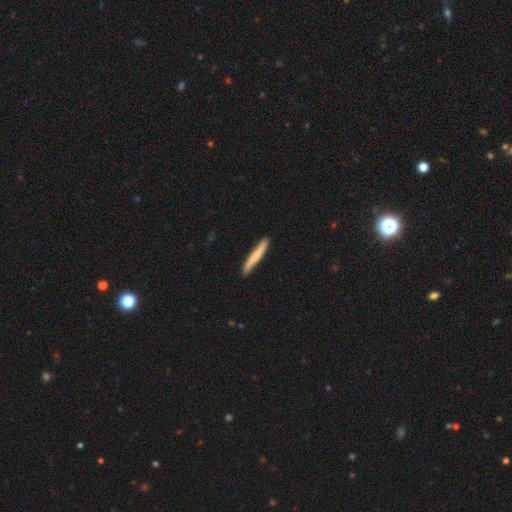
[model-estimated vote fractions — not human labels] Smooth or featured: smooth — 70% (featured or disk — 26%)
How rounded: cigar-shaped — 95% (in between — 3%)
Merging: none — 86% (minor disturbance — 11%)